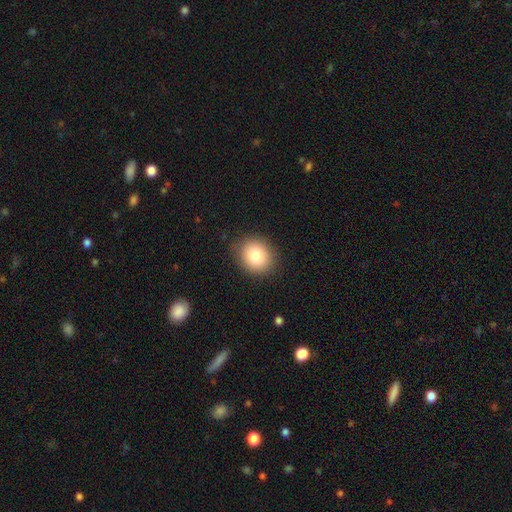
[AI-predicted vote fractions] This appears to be a smooth galaxy with no disk features (84%) that is round (70%). Merging: none (86%).